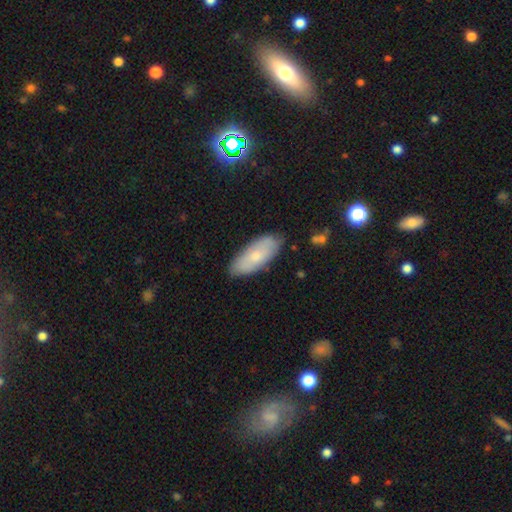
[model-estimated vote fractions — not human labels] Overall: smooth (71%). How rounded: in between (82%). Merging: none (81%).